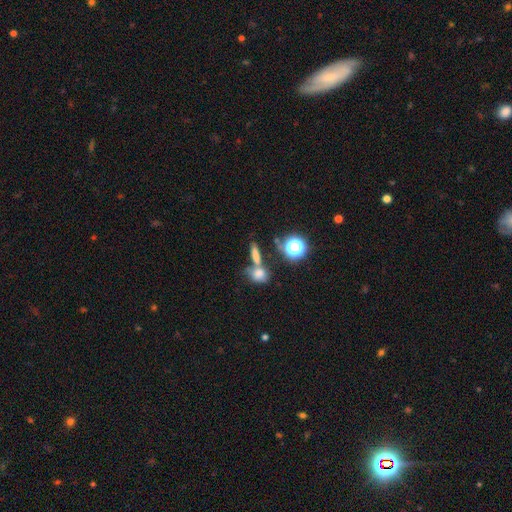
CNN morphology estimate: smooth 69%, star or artifact 18%, featured or disk 13%. Down the decision tree: how rounded — in between (45%); merging — none (47%).